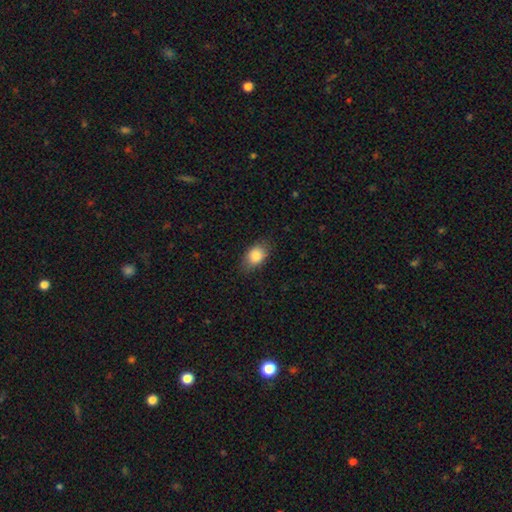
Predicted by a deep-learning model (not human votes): The model was most divided on "merging": none: 80%, minor disturbance: 16%, major disturbance: 4%, merger: 1%. More confident: smooth or featured — smooth (86%); how rounded — in between (83%).